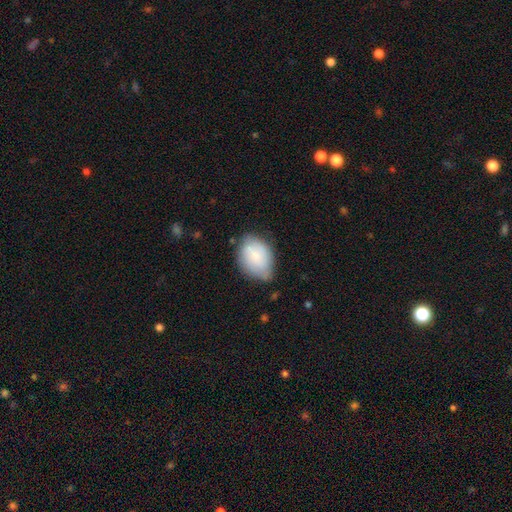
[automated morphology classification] smooth_or_featured: smooth (p=0.68) [alt: featured or disk p=0.25]
how_rounded: in between (p=0.75) [alt: round p=0.24]
merging: none (p=0.60) [alt: minor disturbance p=0.31]